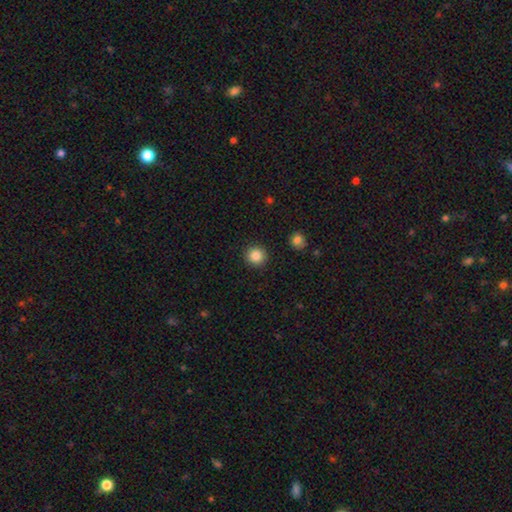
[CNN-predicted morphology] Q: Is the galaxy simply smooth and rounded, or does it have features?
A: smooth — 85%.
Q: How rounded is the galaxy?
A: round — 95%.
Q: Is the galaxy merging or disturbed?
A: none — 92%.